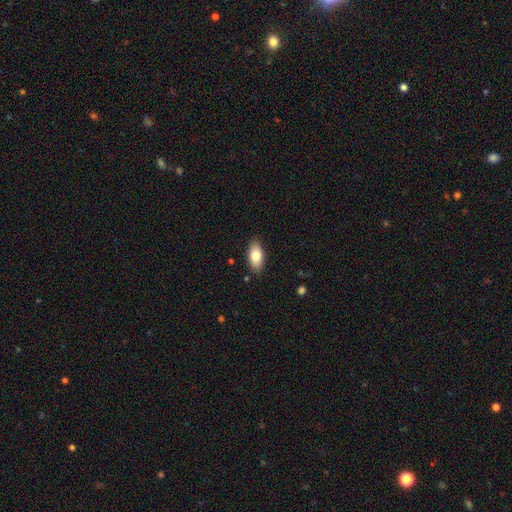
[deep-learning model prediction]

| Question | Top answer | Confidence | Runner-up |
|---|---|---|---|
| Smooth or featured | smooth | 80% | featured or disk (13%) |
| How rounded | in between | 90% | cigar-shaped (6%) |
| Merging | none | 87% | minor disturbance (10%) |